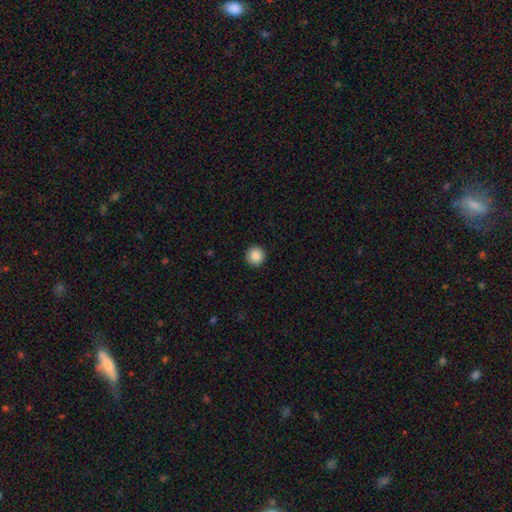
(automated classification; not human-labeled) Smooth or featured?
  - smooth: 87% *
  - star or artifact: 9%
  - featured or disk: 4%
How rounded?
  - round: 96% *
  - in between: 3%
  - cigar-shaped: 1%
Merging?
  - none: 93% *
  - minor disturbance: 4%
  - major disturbance: 1%
  - merger: 1%